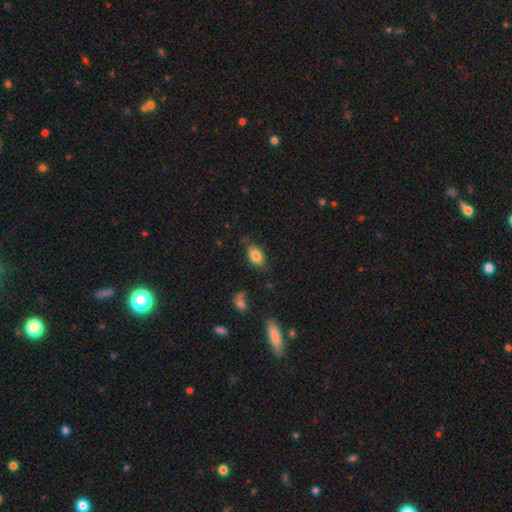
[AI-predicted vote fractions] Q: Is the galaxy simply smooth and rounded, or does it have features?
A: smooth — 79%.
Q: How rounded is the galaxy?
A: in between — 86%.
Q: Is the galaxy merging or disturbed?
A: none — 69%.